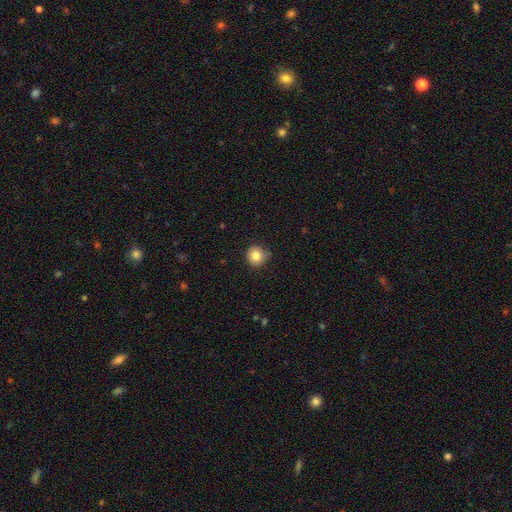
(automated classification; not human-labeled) smooth 83%, star or artifact 10%, featured or disk 7%. Down the decision tree: how rounded — round (92%); merging — none (81%).